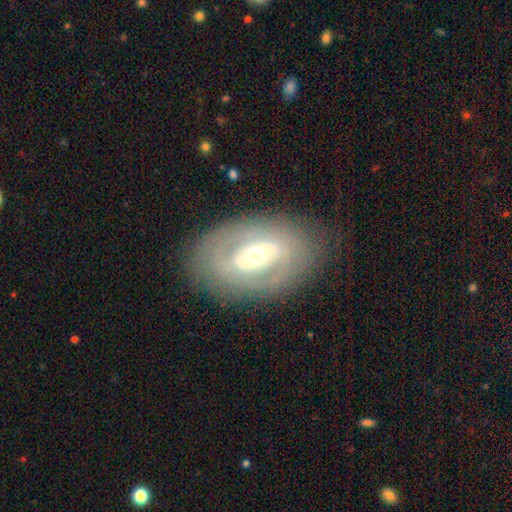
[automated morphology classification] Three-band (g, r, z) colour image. It shows a featured or disk galaxy (69%) with no bar (60%), no spiral arms (60%) and a moderate central bulge (67%). Merging: none (80%).